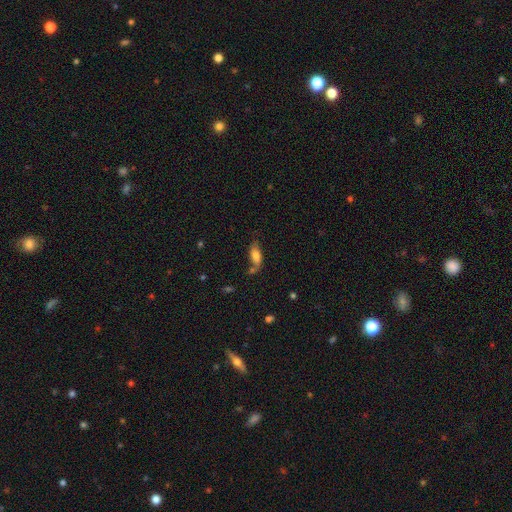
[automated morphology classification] Smooth or featured? smooth (64%)
How rounded? in between (78%)
Merging? none (49%)